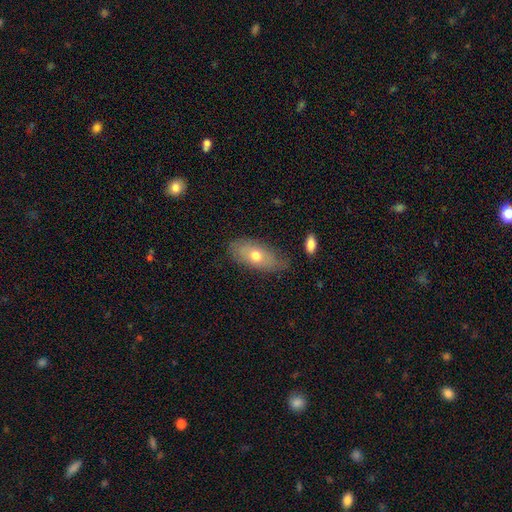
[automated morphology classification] A smooth galaxy with no disk features (63%) that is in between round and cigar-shaped (87%).

Vote fractions:
- Smooth or featured? smooth: 63% / featured or disk: 30% / star or artifact: 7%
- How rounded? in between: 87% / cigar-shaped: 8% / round: 5%
- Merging? none: 69% / minor disturbance: 22% / major disturbance: 6% / merger: 3%